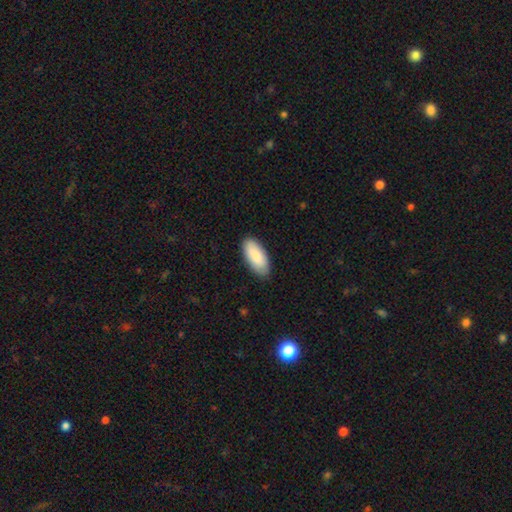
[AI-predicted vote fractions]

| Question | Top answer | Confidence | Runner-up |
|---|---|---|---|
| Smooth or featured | smooth | 86% | featured or disk (8%) |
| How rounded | in between | 90% | cigar-shaped (8%) |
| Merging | none | 85% | minor disturbance (12%) |